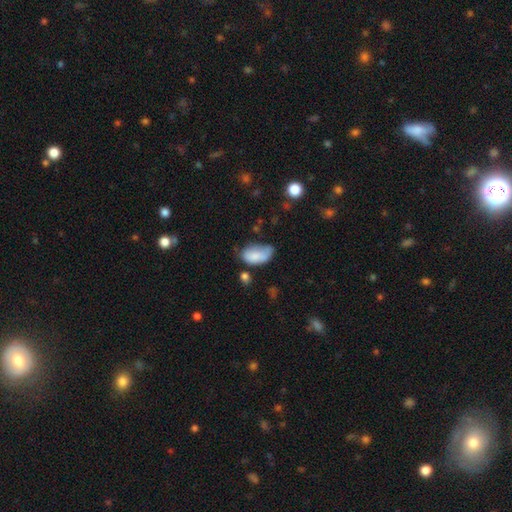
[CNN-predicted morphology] Smooth or featured: smooth — 79% (featured or disk — 13%)
How rounded: in between — 94% (round — 4%)
Merging: none — 38% (tied with minor disturbance — 38%)